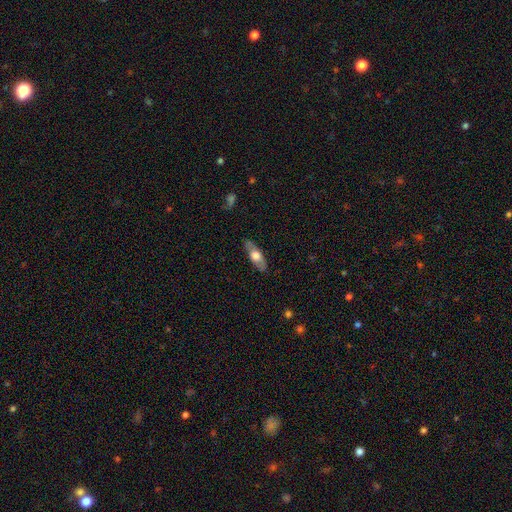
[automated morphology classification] Q: Smooth or featured?
A: smooth (52%); runner-up: featured or disk (43%)
Q: How rounded?
A: in between (61%); runner-up: cigar-shaped (36%)
Q: Merging?
A: none (83%); runner-up: minor disturbance (13%)